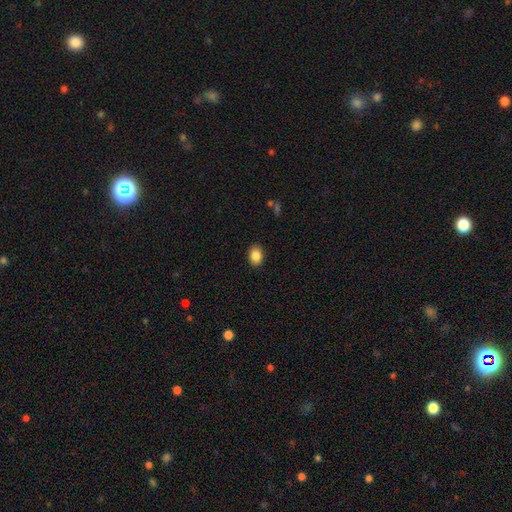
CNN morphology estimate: Smooth or featured?
  - smooth: 88% *
  - star or artifact: 8%
  - featured or disk: 4%
How rounded?
  - in between: 74% *
  - round: 25%
  - cigar-shaped: 1%
Merging?
  - none: 89% *
  - minor disturbance: 8%
  - major disturbance: 2%
  - merger: 1%